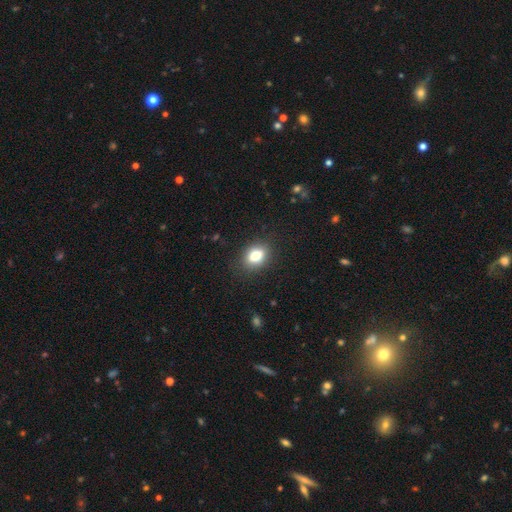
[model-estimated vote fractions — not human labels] Morphology: type=smooth (81%); roundness=in between (72%); merging=none (86%).